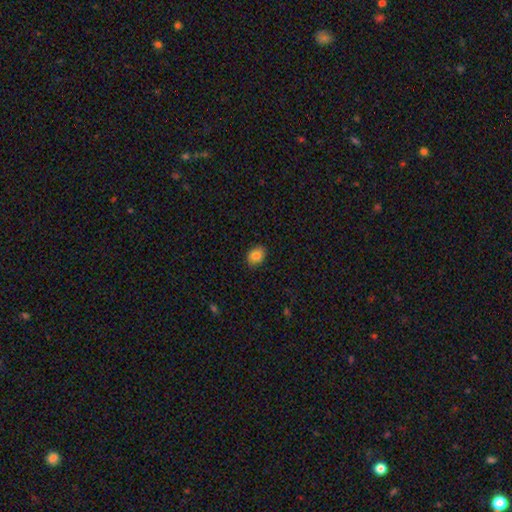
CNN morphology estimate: smooth 82%, star or artifact 9%, featured or disk 9%. Down the decision tree: how rounded — in between (65%); merging — none (83%).